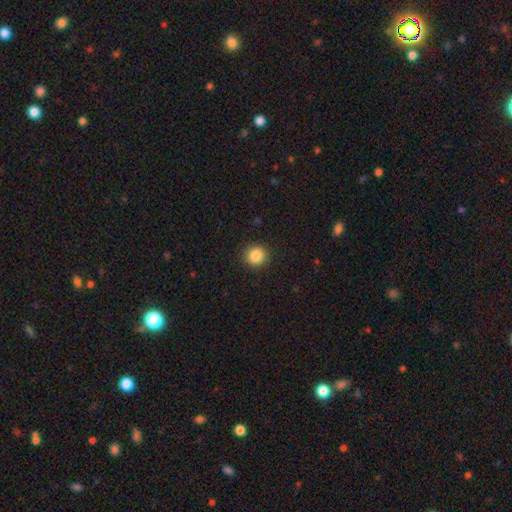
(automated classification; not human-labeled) Q: Smooth or featured?
A: smooth (87%); runner-up: star or artifact (10%)
Q: How rounded?
A: round (92%); runner-up: in between (7%)
Q: Merging?
A: none (92%); runner-up: minor disturbance (6%)